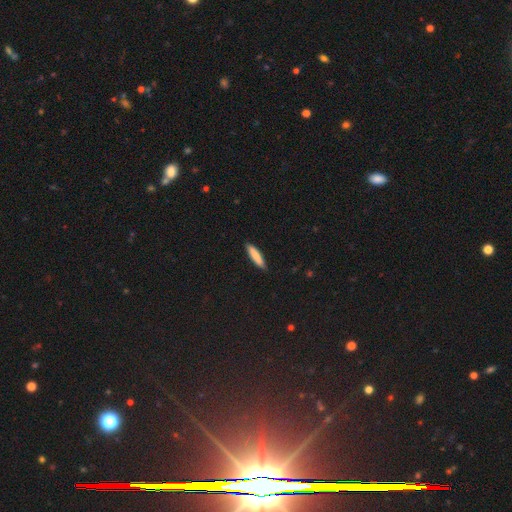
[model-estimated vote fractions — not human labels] This is clearly a smooth galaxy (83%). How rounded: clearly cigar-shaped (83%). Merging: clearly none (88%).